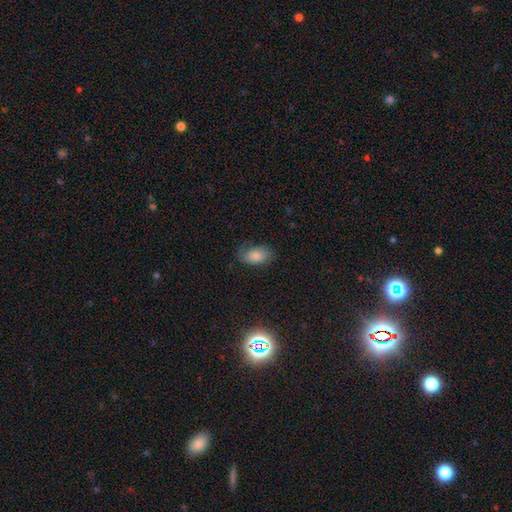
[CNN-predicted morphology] smooth_or_featured: smooth (p=0.78) [alt: featured or disk p=0.13]
how_rounded: in between (p=0.92) [alt: round p=0.07]
merging: none (p=0.67) [alt: minor disturbance p=0.23]